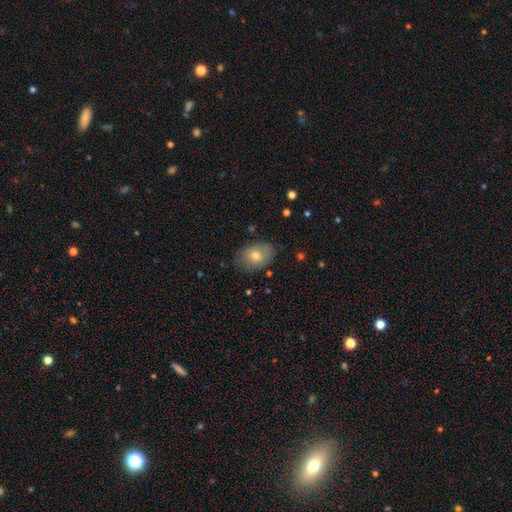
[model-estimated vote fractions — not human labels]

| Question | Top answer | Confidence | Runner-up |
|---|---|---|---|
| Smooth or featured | smooth | 71% | featured or disk (20%) |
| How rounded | in between | 82% | round (17%) |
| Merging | none | 80% | minor disturbance (16%) |